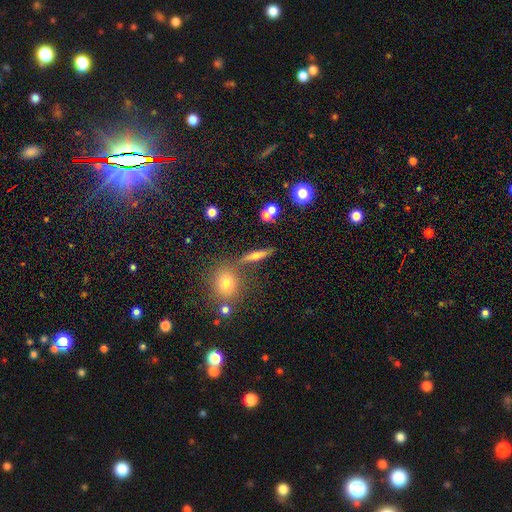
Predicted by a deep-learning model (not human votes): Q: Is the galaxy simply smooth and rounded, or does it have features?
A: featured or disk — 47%.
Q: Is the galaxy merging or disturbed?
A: none — 74%.